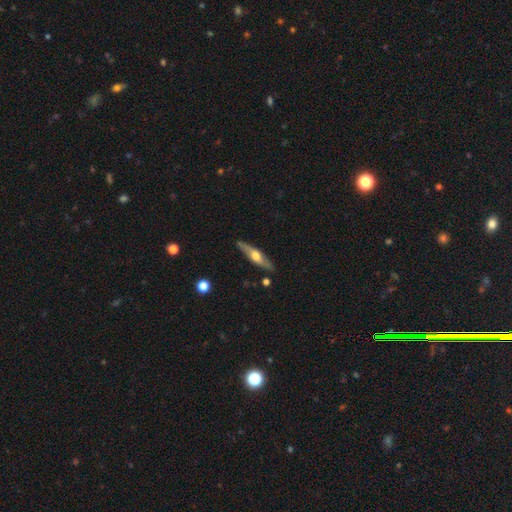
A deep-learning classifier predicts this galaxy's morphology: Smooth or featured: featured or disk — 63% (smooth — 32%)
Edge-on disk: yes — 87% (no — 13%)
Edge-on bulge: rounded — 91% (boxy — 5%)
Merging: none — 86% (minor disturbance — 10%)